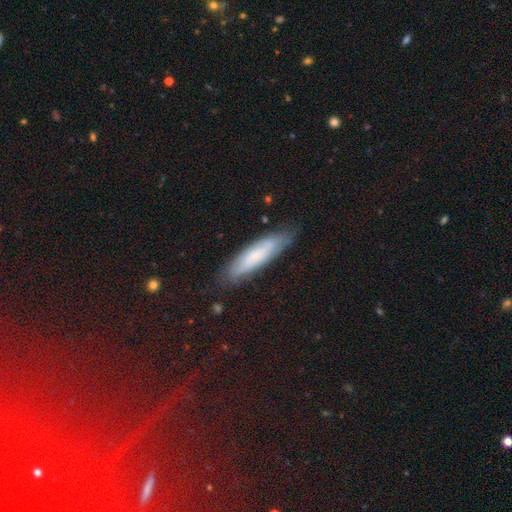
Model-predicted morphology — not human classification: Smooth or featured?
  - smooth: 58% *
  - featured or disk: 35%
  - star or artifact: 8%
How rounded?
  - cigar-shaped: 70% *
  - in between: 28%
  - round: 1%
Merging?
  - none: 77% *
  - minor disturbance: 17%
  - major disturbance: 4%
  - merger: 2%